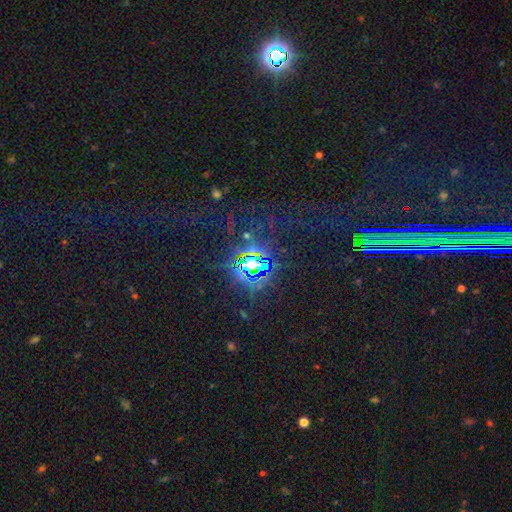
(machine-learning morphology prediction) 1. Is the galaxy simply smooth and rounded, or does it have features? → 78% star or artifact, 13% smooth, 9% featured or disk.